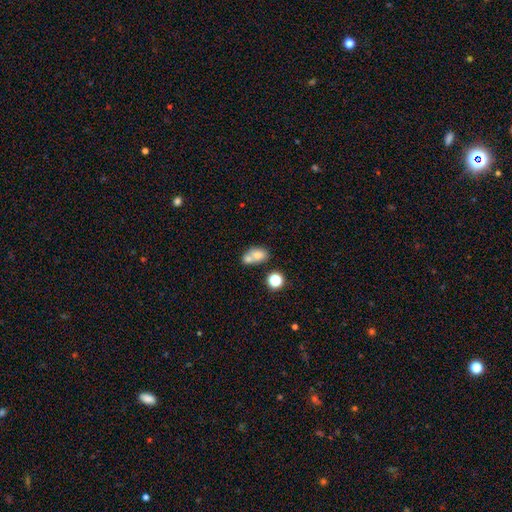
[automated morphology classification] type=smooth (71%); roundness=in between (64%); merging=merger (57%).